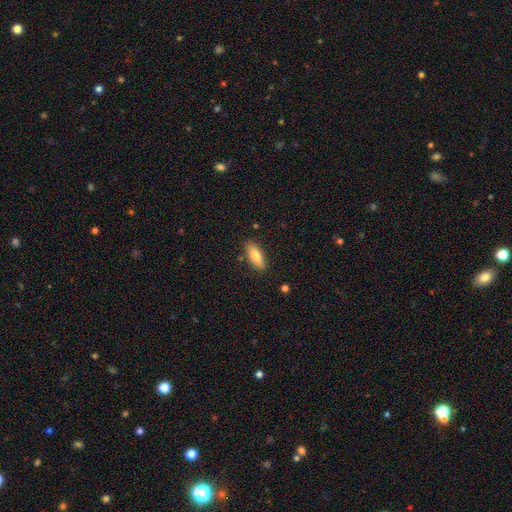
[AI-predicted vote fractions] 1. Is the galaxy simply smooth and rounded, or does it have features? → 79% smooth, 14% featured or disk, 7% star or artifact.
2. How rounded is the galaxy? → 75% in between, 23% cigar-shaped, 2% round.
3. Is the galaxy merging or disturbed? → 85% none, 11% minor disturbance, 2% major disturbance, 2% merger.